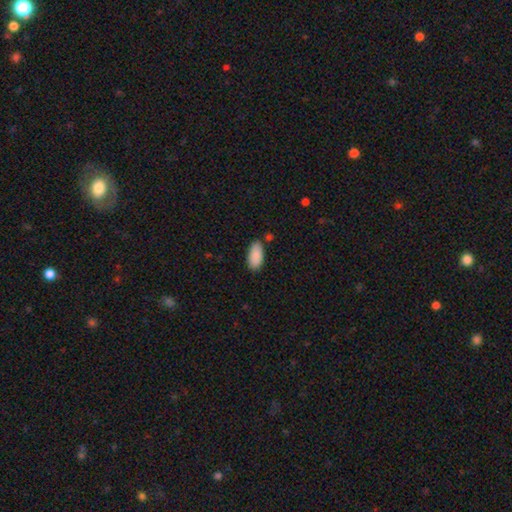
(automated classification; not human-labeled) The model was most divided on "merging": none: 79%, minor disturbance: 14%, merger: 4%, major disturbance: 3%. More confident: how rounded — in between (92%); smooth or featured — smooth (89%).